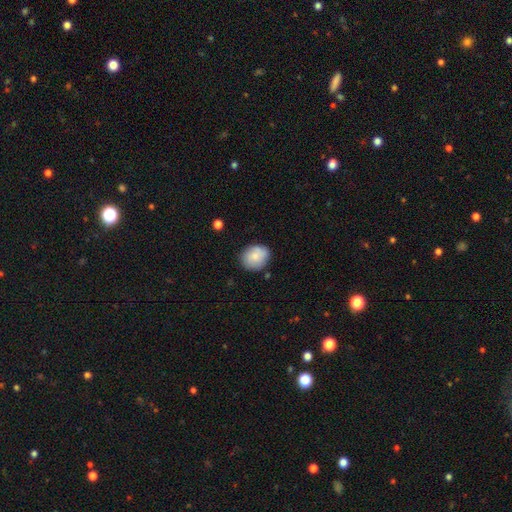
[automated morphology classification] Smooth or featured: smooth — 78% (featured or disk — 15%)
How rounded: round — 63% (in between — 36%)
Merging: none — 77% (minor disturbance — 17%)